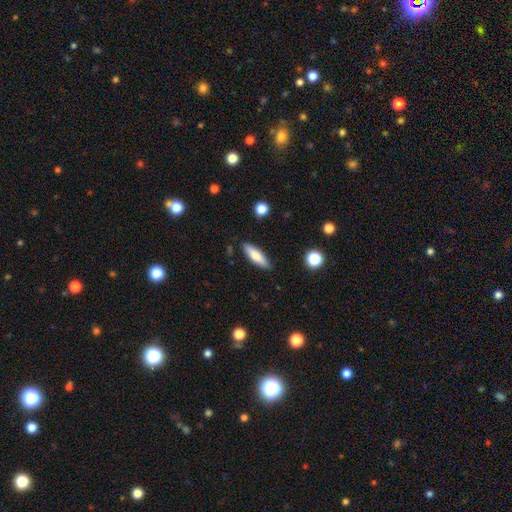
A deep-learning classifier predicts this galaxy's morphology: Smooth or featured?
  - smooth: 71% *
  - featured or disk: 22%
  - star or artifact: 6%
How rounded?
  - cigar-shaped: 56% *
  - in between: 42%
  - round: 2%
Merging?
  - none: 86% *
  - minor disturbance: 10%
  - major disturbance: 2%
  - merger: 2%